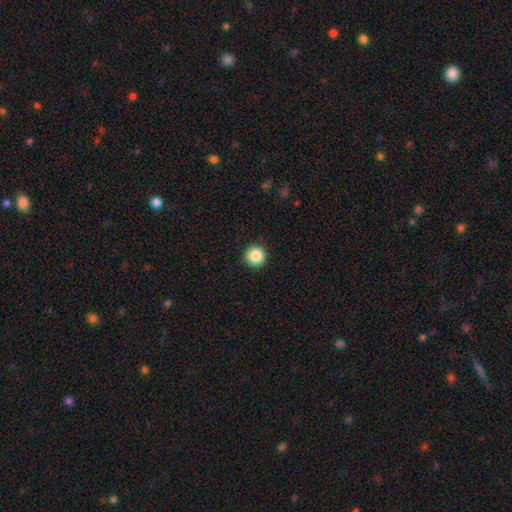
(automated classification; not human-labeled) smooth-or-featured: smooth: 87% | star or artifact: 9% | featured or disk: 4%
  how-rounded: round: 96% | in between: 3% | cigar-shaped: 1%
  merging: none: 93% | minor disturbance: 5% | major disturbance: 2% | merger: 1%